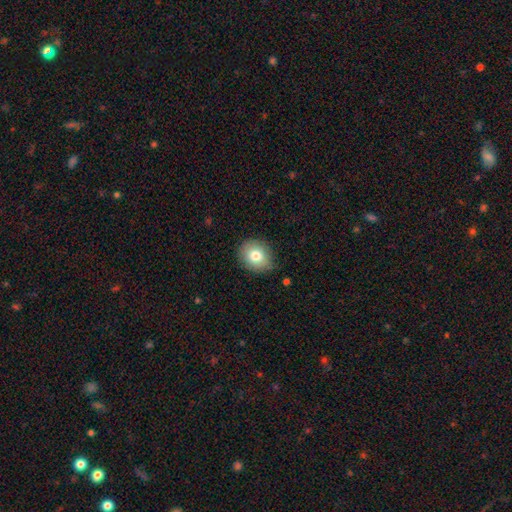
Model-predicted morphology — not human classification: Smooth or featured? smooth (79%)
How rounded? round (62%)
Merging? none (82%)